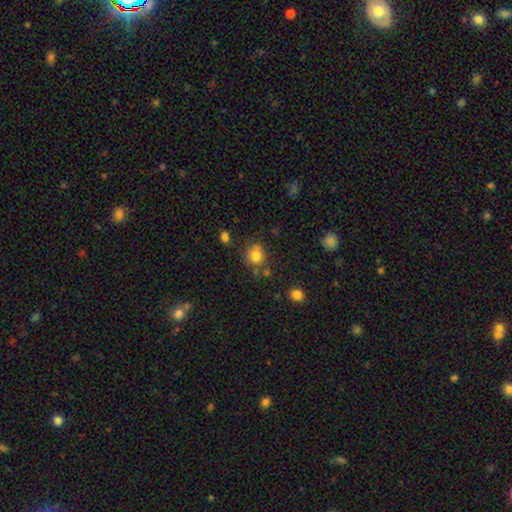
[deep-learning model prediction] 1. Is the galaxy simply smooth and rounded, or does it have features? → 80% smooth, 12% star or artifact, 9% featured or disk.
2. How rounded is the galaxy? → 78% round, 21% in between, 1% cigar-shaped.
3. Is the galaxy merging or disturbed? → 65% none, 19% minor disturbance, 10% merger, 6% major disturbance.